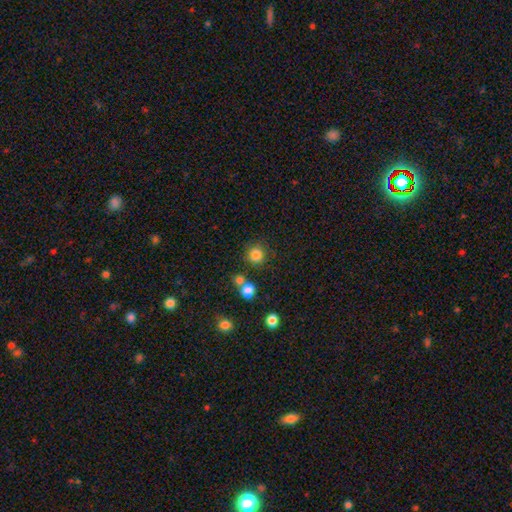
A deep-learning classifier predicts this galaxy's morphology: smooth-or-featured: smooth: 83% | star or artifact: 12% | featured or disk: 5%
  how-rounded: round: 92% | in between: 7% | cigar-shaped: 1%
  merging: none: 78% | merger: 10% | minor disturbance: 9% | major disturbance: 4%